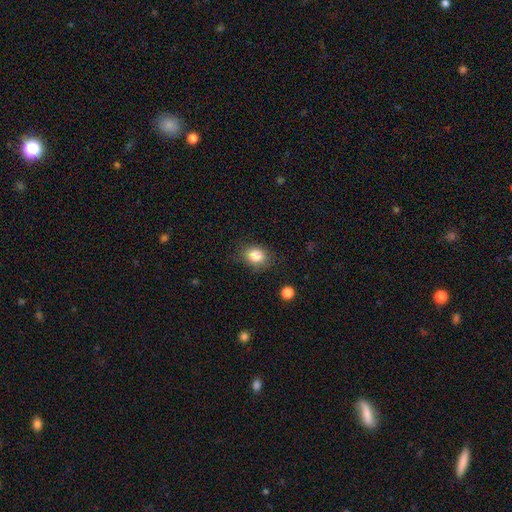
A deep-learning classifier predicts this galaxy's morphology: Overall: smooth (84%). How rounded: in between (59%; round 40%). Merging: none (80%).